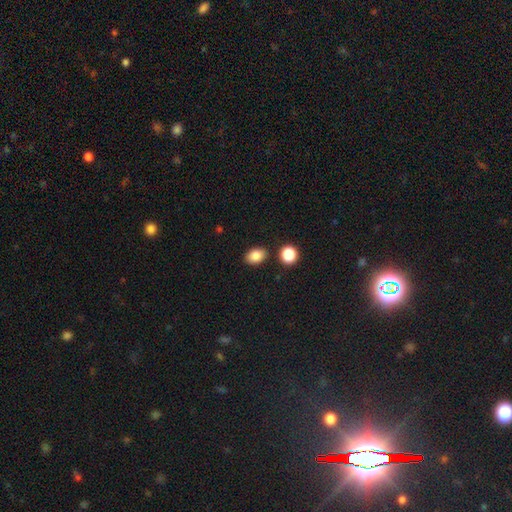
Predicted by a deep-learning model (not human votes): smooth 86%, star or artifact 9%, featured or disk 5%. Down the decision tree: how rounded — in between (78%); merging — none (84%).